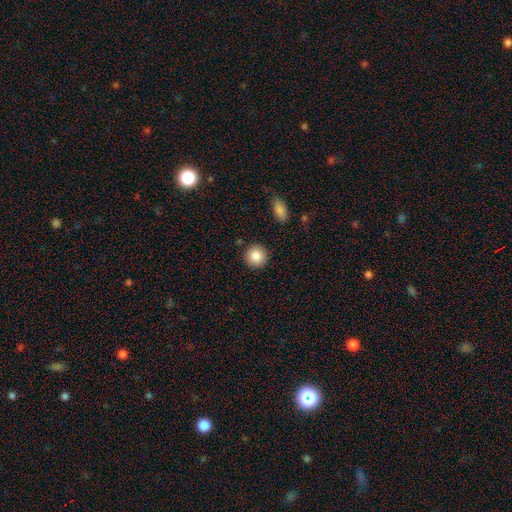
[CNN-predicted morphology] smooth-or-featured: smooth: 86% | star or artifact: 8% | featured or disk: 6%
  how-rounded: round: 94% | in between: 5% | cigar-shaped: 1%
  merging: none: 90% | minor disturbance: 6% | merger: 2% | major disturbance: 2%